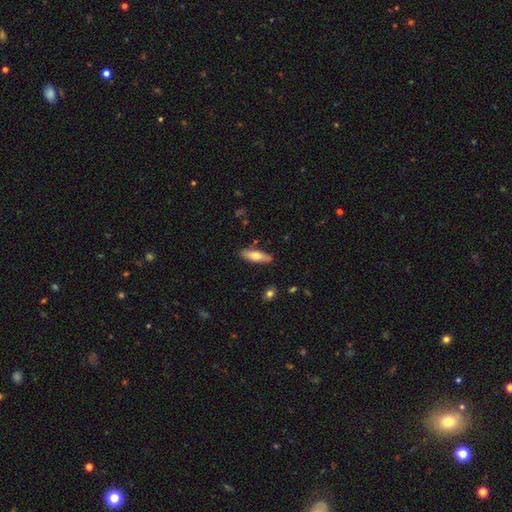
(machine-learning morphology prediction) Smooth or featured?
  - smooth: 65% *
  - featured or disk: 29%
  - star or artifact: 6%
How rounded?
  - in between: 54% *
  - cigar-shaped: 44%
  - round: 2%
Merging?
  - none: 86% *
  - minor disturbance: 10%
  - merger: 2%
  - major disturbance: 2%